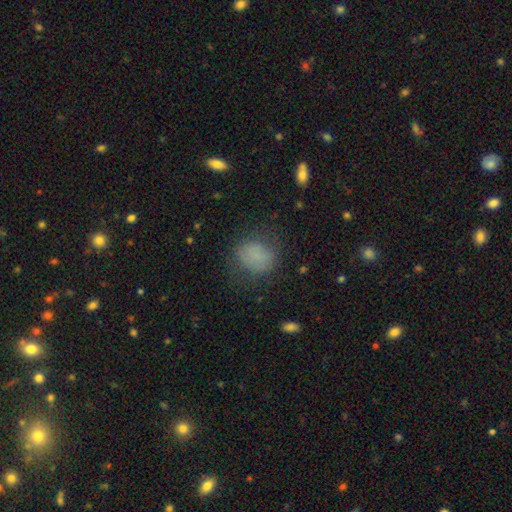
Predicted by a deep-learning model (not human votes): Morphology: type=smooth (78%); roundness=round (58%); merging=none (65%).